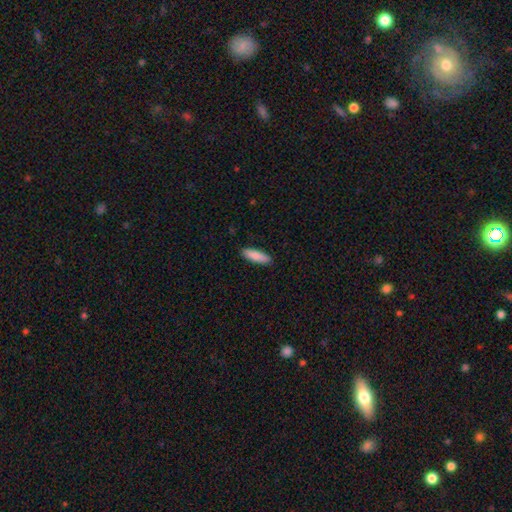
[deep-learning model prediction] smooth 88%, featured or disk 7%, star or artifact 5%. Down the decision tree: how rounded — cigar-shaped (58%); merging — none (90%).